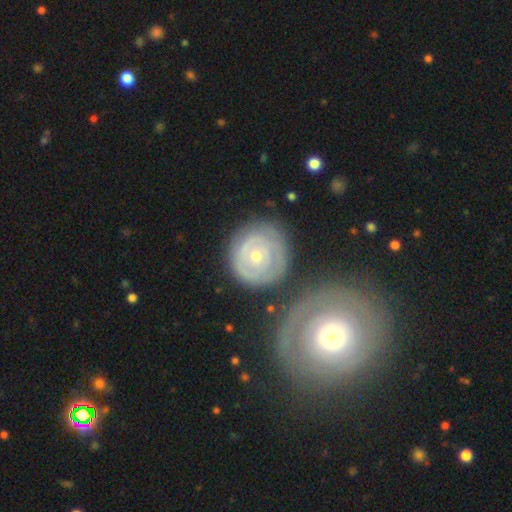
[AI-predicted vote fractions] featured or disk 65%, smooth 30%, star or artifact 5%. Down the decision tree: edge-on disk — no (96%); bar — no (82%); spiral arms — yes (64%); bulge size — small (61%); merging — none (67%).